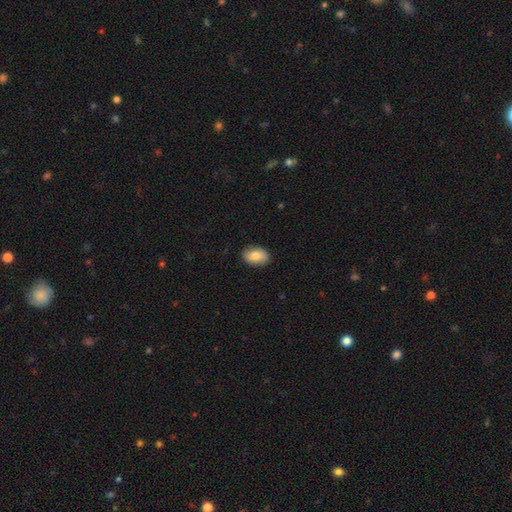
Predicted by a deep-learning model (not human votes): Smooth or featured? Predicted: smooth (p=0.81). How rounded? Predicted: in between (p=0.87). Merging? Predicted: none (p=0.87).